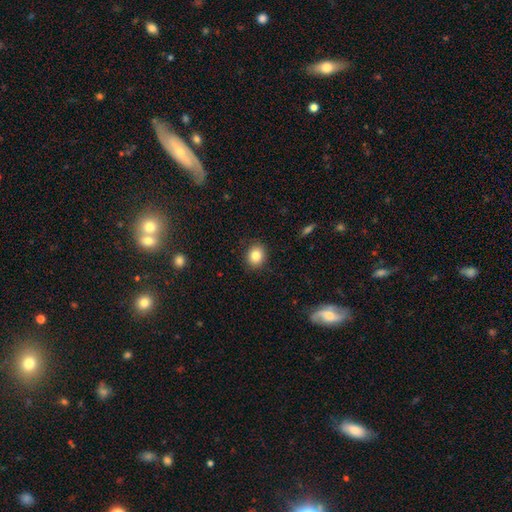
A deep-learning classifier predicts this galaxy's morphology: smooth 83%, star or artifact 10%, featured or disk 7%. Down the decision tree: how rounded — round (71%); merging — none (89%).